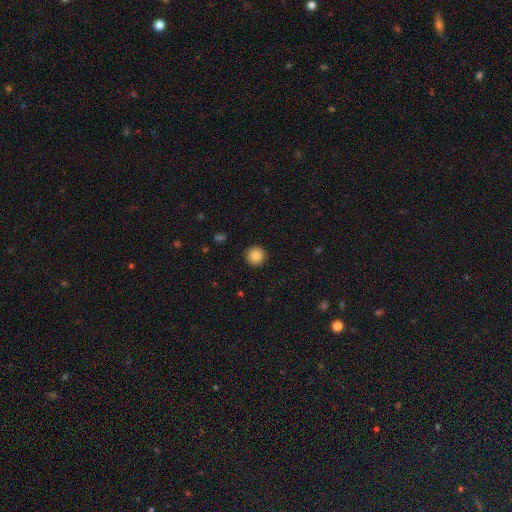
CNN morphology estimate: A smooth galaxy with no disk features (87%) that is round (95%).

Vote fractions:
- Smooth or featured? smooth: 87% / star or artifact: 9% / featured or disk: 4%
- How rounded? round: 95% / in between: 4% / cigar-shaped: 1%
- Merging? none: 92% / minor disturbance: 5% / major disturbance: 2% / merger: 1%